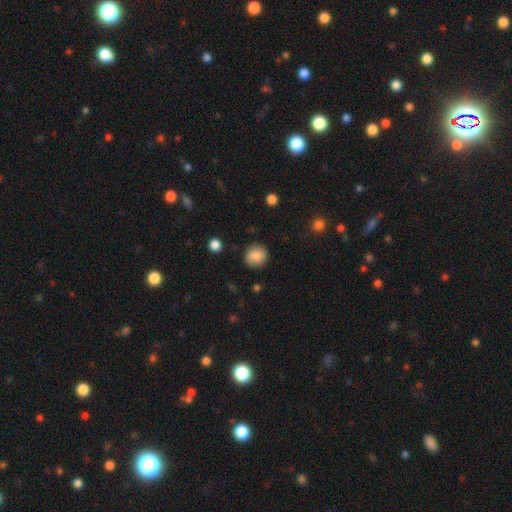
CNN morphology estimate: Q: Smooth or featured?
A: smooth (84%); runner-up: star or artifact (8%)
Q: How rounded?
A: round (86%); runner-up: in between (13%)
Q: Merging?
A: none (88%); runner-up: minor disturbance (9%)